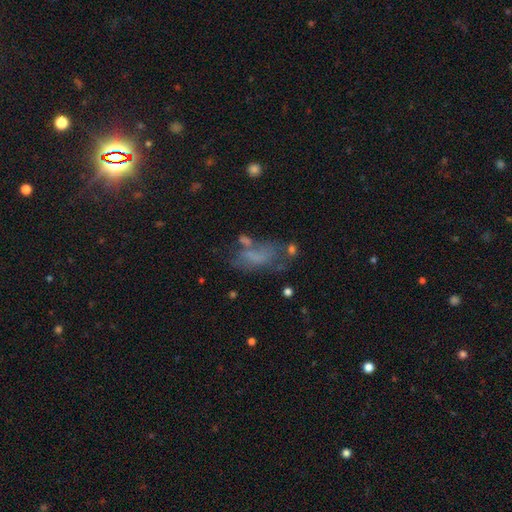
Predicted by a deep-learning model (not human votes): Smooth or featured?
  - smooth: 49% *
  - featured or disk: 35%
  - star or artifact: 16%
Merging?
  - none: 36% *
  - major disturbance: 28%
  - minor disturbance: 23%
  - merger: 14%